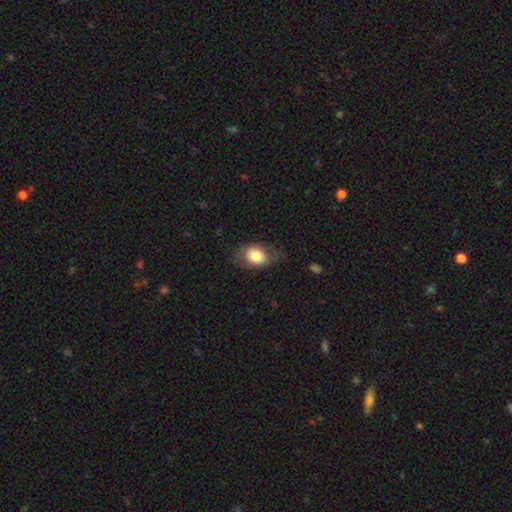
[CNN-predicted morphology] This appears to be a smooth galaxy with no disk features (78%) that is in between round and cigar-shaped (77%). Merging: none (65%).